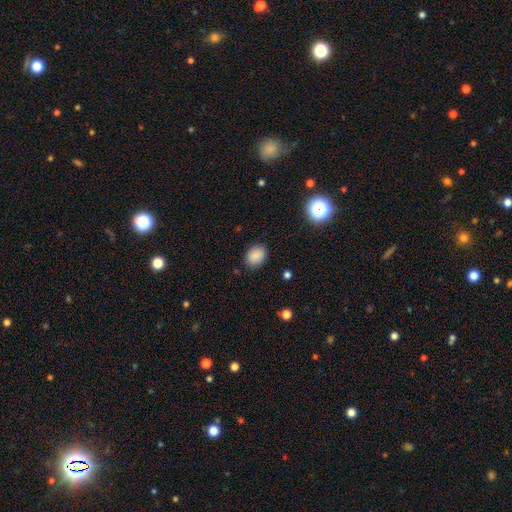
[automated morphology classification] Smooth or featured?
  - smooth: 87% *
  - star or artifact: 10%
  - featured or disk: 4%
How rounded?
  - in between: 65% *
  - round: 34%
  - cigar-shaped: 1%
Merging?
  - none: 86% *
  - minor disturbance: 10%
  - major disturbance: 3%
  - merger: 1%